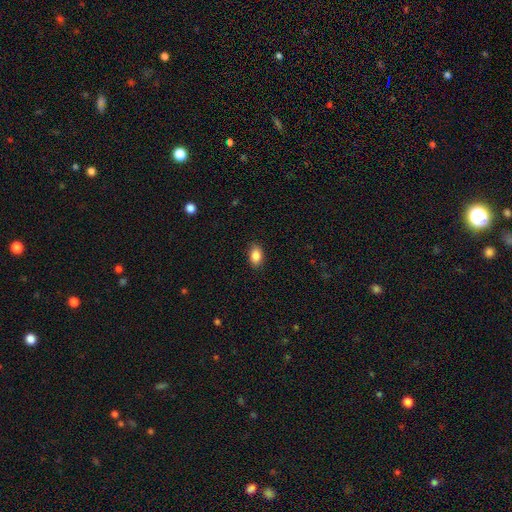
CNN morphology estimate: This is clearly a smooth galaxy (87%). How rounded: clearly in between (87%). Merging: clearly none (86%).